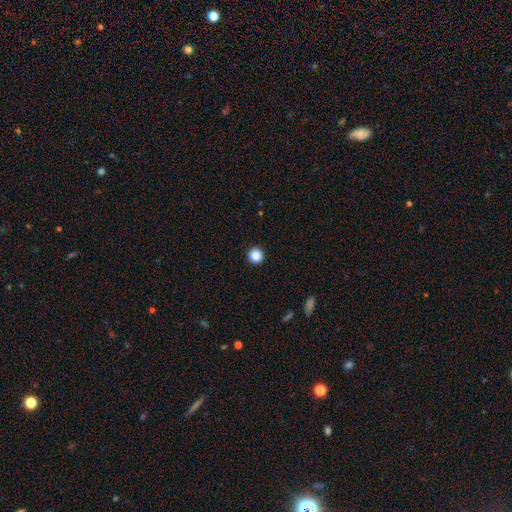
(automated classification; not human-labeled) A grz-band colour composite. It shows a smooth galaxy with no disk features (87%) that is round (96%). Merging: none (94%).